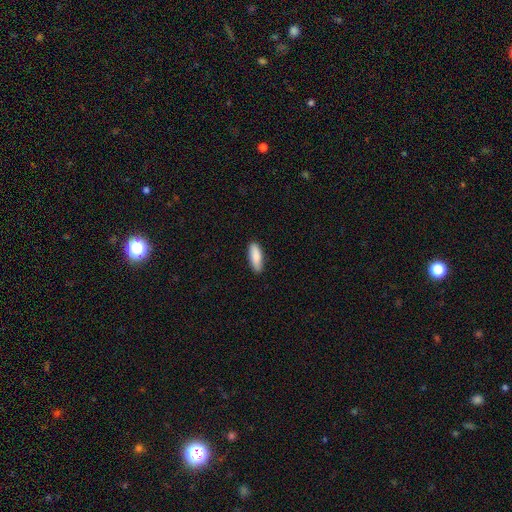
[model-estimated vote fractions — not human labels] Q: Smooth or featured?
A: smooth (87%); runner-up: featured or disk (7%)
Q: How rounded?
A: in between (58%); runner-up: cigar-shaped (40%)
Q: Merging?
A: none (87%); runner-up: minor disturbance (10%)